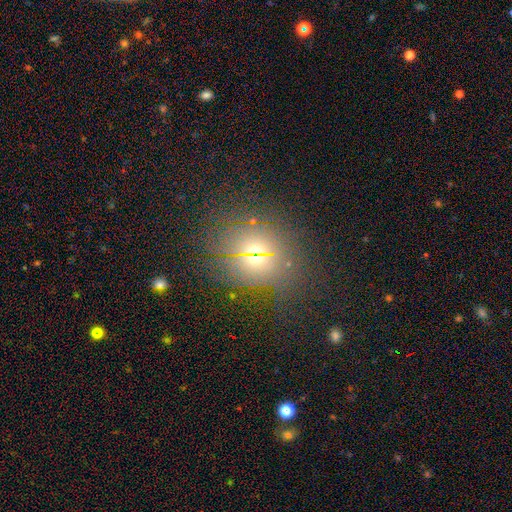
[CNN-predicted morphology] A smooth galaxy with no disk features (54%) that is round (73%).

Vote fractions:
- Smooth or featured? smooth: 54% / star or artifact: 29% / featured or disk: 18%
- How rounded? round: 73% / in between: 25% / cigar-shaped: 2%
- Merging? none: 79% / minor disturbance: 12% / major disturbance: 6% / merger: 3%